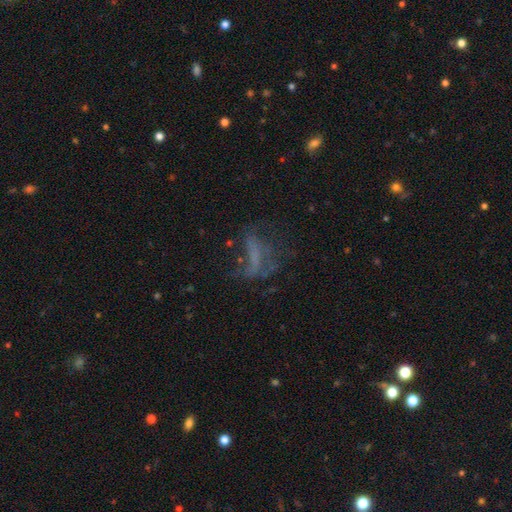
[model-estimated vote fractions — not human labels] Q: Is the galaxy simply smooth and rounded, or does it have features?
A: featured or disk — 42%.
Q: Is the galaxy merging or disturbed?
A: major disturbance — 40%.